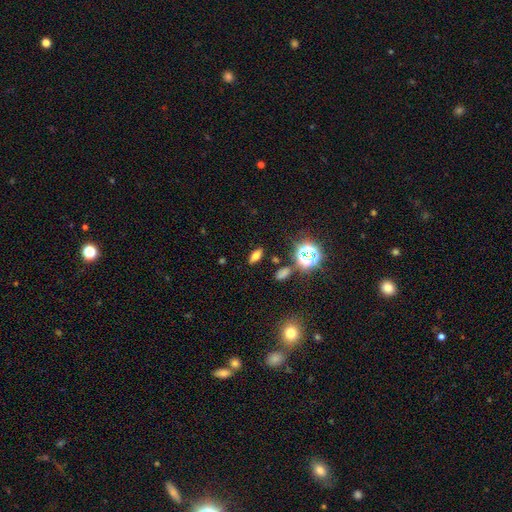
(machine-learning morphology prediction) Smooth or featured?
  - smooth: 61% *
  - star or artifact: 24%
  - featured or disk: 15%
How rounded?
  - in between: 72% *
  - cigar-shaped: 20%
  - round: 8%
Merging?
  - none: 86% *
  - minor disturbance: 8%
  - major disturbance: 3%
  - merger: 3%